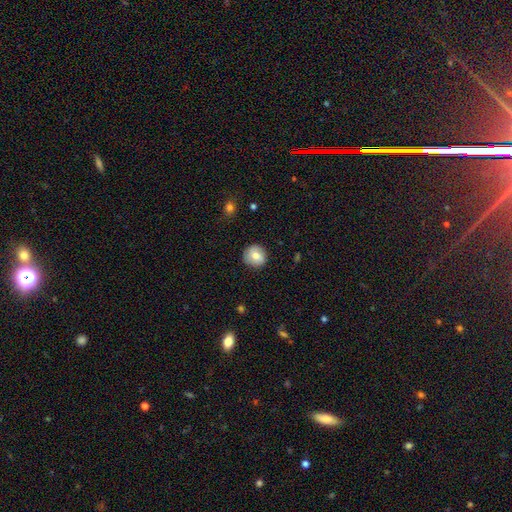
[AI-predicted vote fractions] Smooth or featured: smooth — 78% (featured or disk — 14%)
How rounded: round — 92% (in between — 7%)
Merging: none — 88% (minor disturbance — 9%)